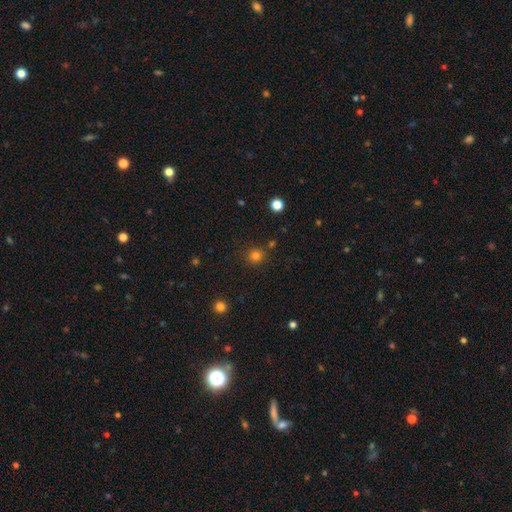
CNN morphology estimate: Smooth or featured: smooth — 79% (star or artifact — 16%)
How rounded: round — 91% (in between — 8%)
Merging: none — 84% (minor disturbance — 8%)